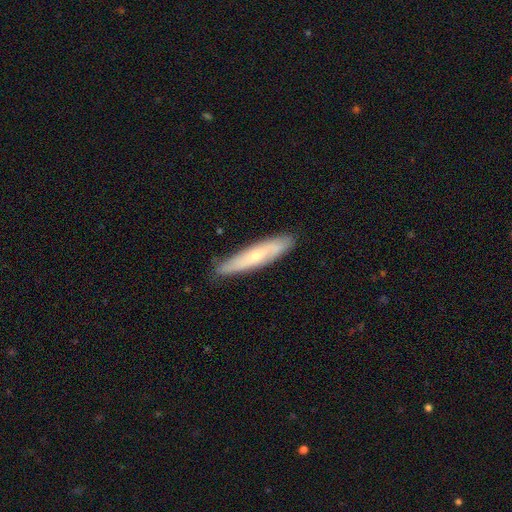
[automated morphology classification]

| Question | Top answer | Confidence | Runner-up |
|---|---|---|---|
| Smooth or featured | featured or disk | 48% | smooth (46%) |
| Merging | none | 84% | minor disturbance (13%) |